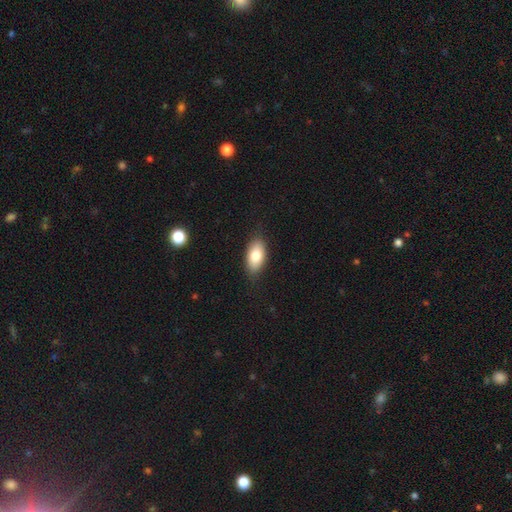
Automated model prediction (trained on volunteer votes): A smooth galaxy with no disk features (80%) that is in between round and cigar-shaped (92%).

Vote fractions:
- Smooth or featured? smooth: 80% / featured or disk: 14% / star or artifact: 7%
- How rounded? in between: 92% / round: 4% / cigar-shaped: 4%
- Merging? none: 85% / minor disturbance: 11% / major disturbance: 2% / merger: 1%